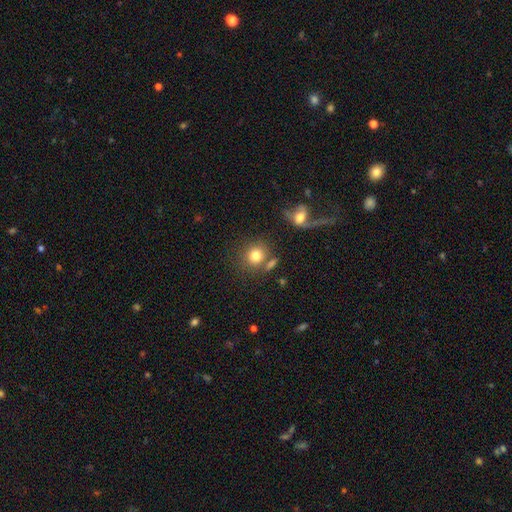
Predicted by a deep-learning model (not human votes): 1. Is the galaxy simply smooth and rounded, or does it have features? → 80% smooth, 10% star or artifact, 10% featured or disk.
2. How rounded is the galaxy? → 83% round, 16% in between, 1% cigar-shaped.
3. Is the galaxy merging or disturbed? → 65% none, 17% merger, 11% minor disturbance, 6% major disturbance.